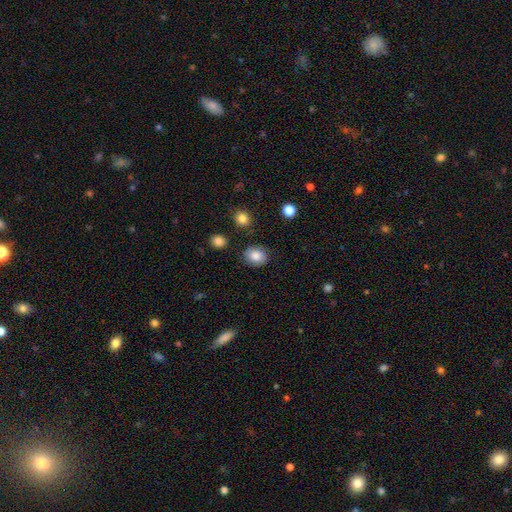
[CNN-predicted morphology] Smooth or featured? Predicted: smooth (p=0.81). How rounded? Predicted: round (p=0.64). Merging? Predicted: none (p=0.82).